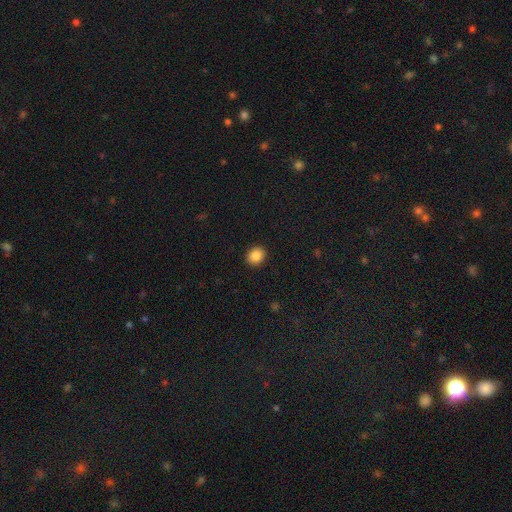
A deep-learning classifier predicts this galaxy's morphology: Smooth or featured? Predicted: smooth (p=0.86). How rounded? Predicted: round (p=0.71). Merging? Predicted: none (p=0.92).